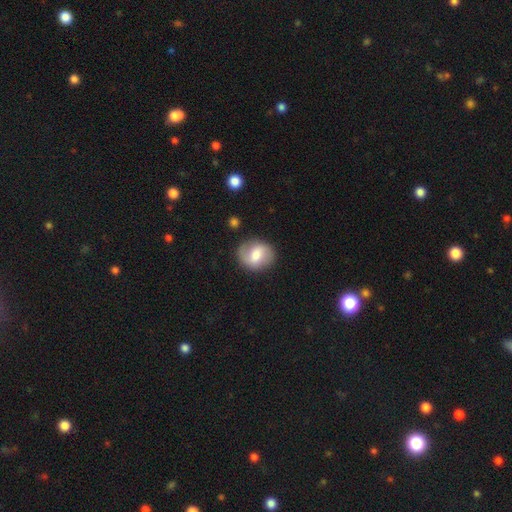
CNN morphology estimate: Smooth or featured? Predicted: featured or disk (p=0.49). Merging? Predicted: none (p=0.80).